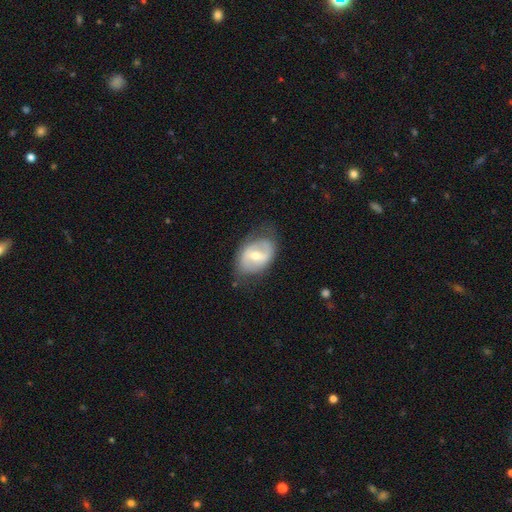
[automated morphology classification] Smooth or featured? featured or disk (62%)
Edge-on disk? no (95%)
Bar? weak (43%)
Spiral arms? yes (53%)
Bulge size? moderate (62%)
Merging? none (64%)